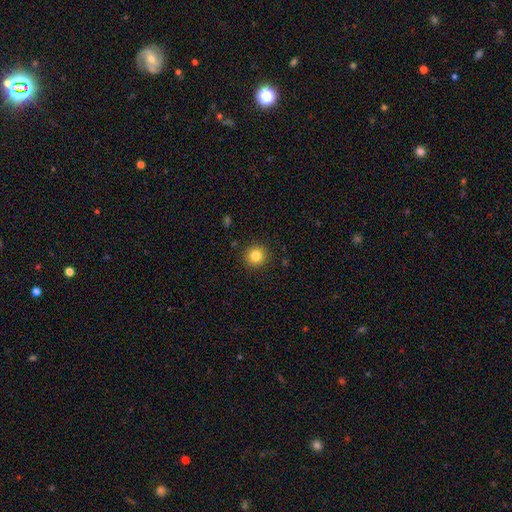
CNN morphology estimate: smooth 82%, star or artifact 11%, featured or disk 6%. Down the decision tree: how rounded — round (93%); merging — none (90%).